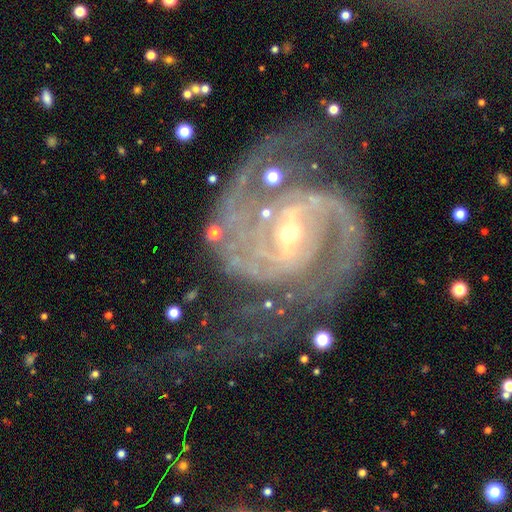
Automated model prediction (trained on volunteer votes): Smooth or featured: featured or disk — 93% (star or artifact — 5%)
Edge-on disk: no — 98% (yes — 2%)
Bar: weak — 43% (strong — 38%)
Spiral arms: yes — 99% (no — 1%)
Spiral winding: medium — 55% (tight — 27%)
Spiral arm count: 2 — 88% (3 — 3%)
Bulge size: small — 59% (moderate — 36%)
Merging: none — 54% (major disturbance — 23%)